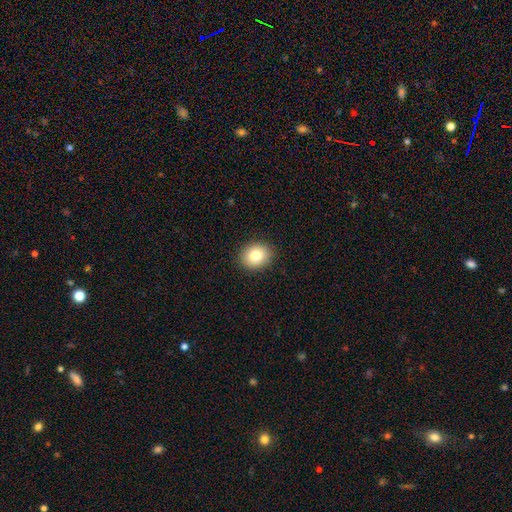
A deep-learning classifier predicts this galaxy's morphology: Smooth or featured: smooth — 81% (star or artifact — 10%)
How rounded: round — 59% (in between — 40%)
Merging: none — 90% (minor disturbance — 7%)